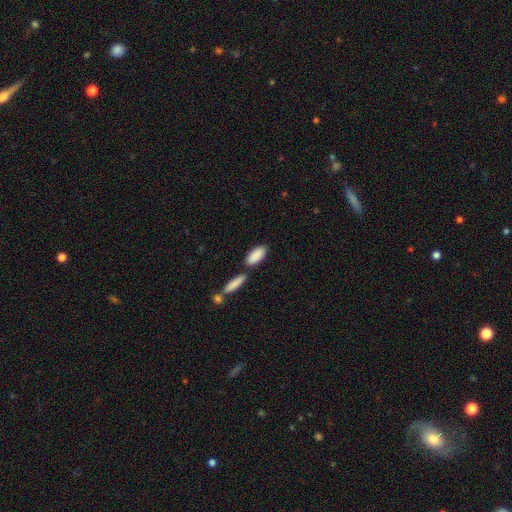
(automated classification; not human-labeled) smooth-or-featured: smooth: 89% | featured or disk: 6% | star or artifact: 5%
  how-rounded: in between: 79% | cigar-shaped: 19% | round: 2%
  merging: none: 69% | merger: 17% | minor disturbance: 11% | major disturbance: 3%